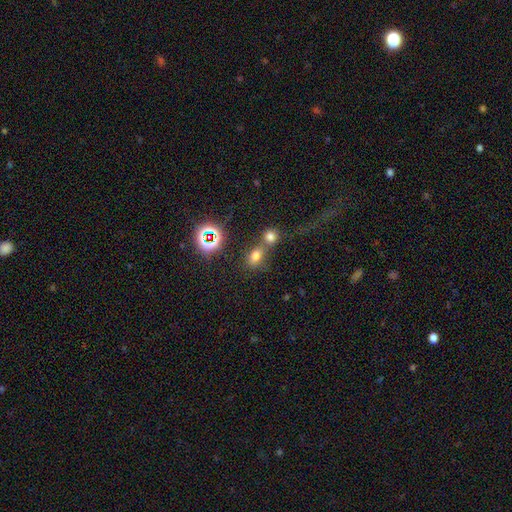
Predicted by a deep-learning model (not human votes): This is likely a smooth galaxy (66%). How rounded: possibly in between (59%). Merging: marginally merger (43%, tied with none).